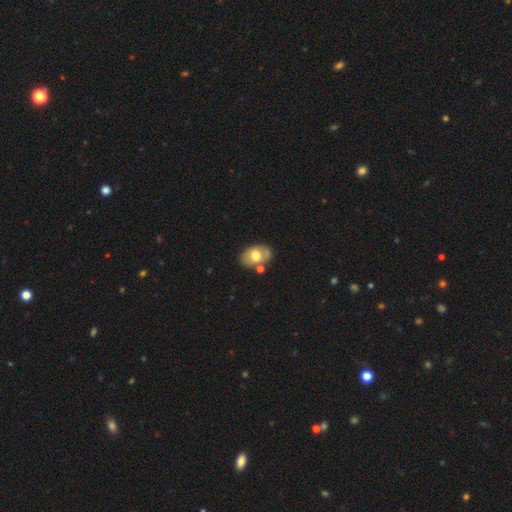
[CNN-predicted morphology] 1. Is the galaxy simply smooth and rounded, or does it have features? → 61% smooth, 32% featured or disk, 7% star or artifact.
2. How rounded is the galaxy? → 83% in between, 16% round, 1% cigar-shaped.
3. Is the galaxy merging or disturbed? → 66% none, 17% minor disturbance, 13% merger, 4% major disturbance.